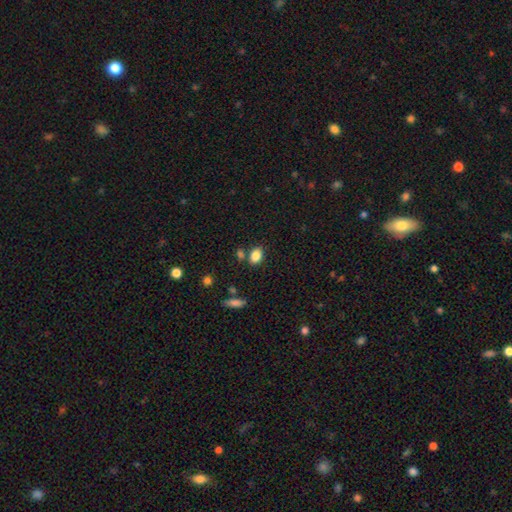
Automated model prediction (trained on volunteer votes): This appears to be a smooth galaxy with no disk features (85%) that is in between round and cigar-shaped (80%). Merging: none (71%).